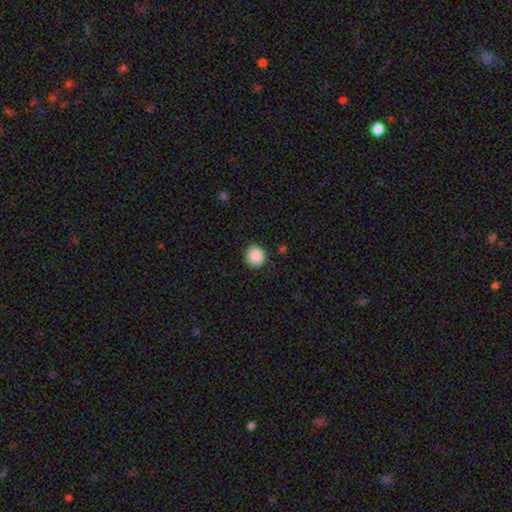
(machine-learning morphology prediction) type=smooth (88%); roundness=round (91%); merging=none (90%).